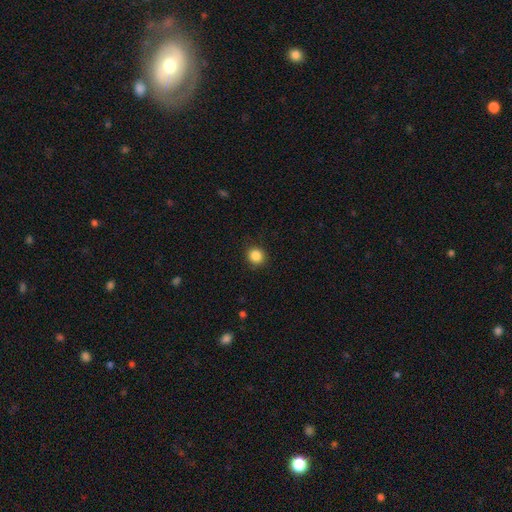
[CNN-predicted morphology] smooth_or_featured: smooth (p=0.86) [alt: star or artifact p=0.10]
how_rounded: round (p=0.91) [alt: in between p=0.08]
merging: none (p=0.91) [alt: minor disturbance p=0.06]